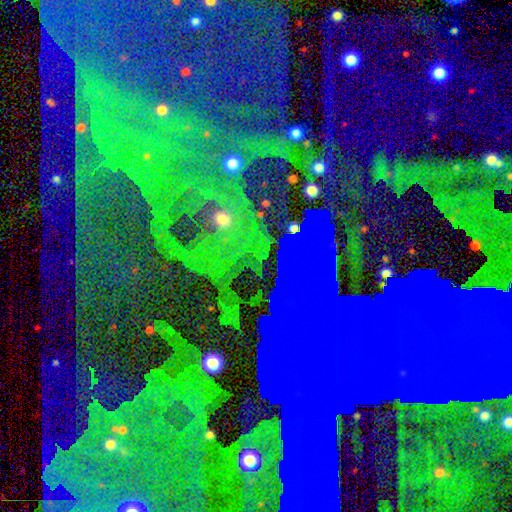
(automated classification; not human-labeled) star or artifact 82%, featured or disk 10%, smooth 8%.